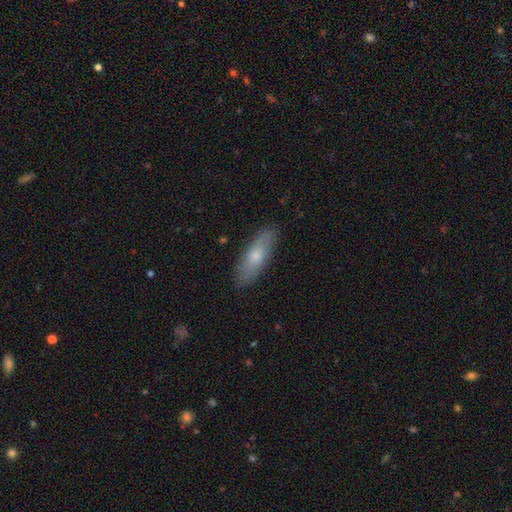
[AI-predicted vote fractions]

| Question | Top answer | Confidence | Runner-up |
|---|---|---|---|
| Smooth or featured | smooth | 68% | featured or disk (26%) |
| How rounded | in between | 53% | cigar-shaped (44%) |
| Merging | none | 85% | minor disturbance (11%) |